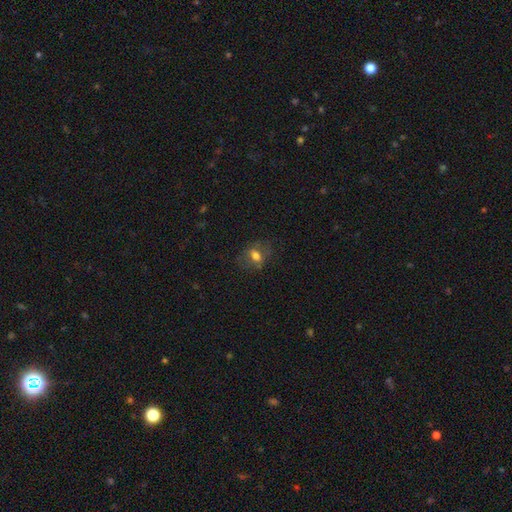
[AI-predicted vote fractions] A smooth galaxy with no disk features (58%) that is in between round and cigar-shaped (62%).

Vote fractions:
- Smooth or featured? smooth: 58% / featured or disk: 27% / star or artifact: 15%
- How rounded? in between: 62% / round: 35% / cigar-shaped: 4%
- Merging? none: 69% / minor disturbance: 18% / major disturbance: 11% / merger: 2%